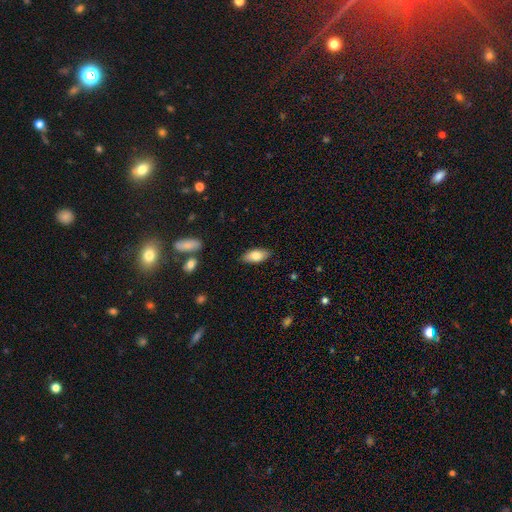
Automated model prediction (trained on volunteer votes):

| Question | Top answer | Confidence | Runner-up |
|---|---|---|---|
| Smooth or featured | smooth | 81% | featured or disk (12%) |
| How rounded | in between | 88% | cigar-shaped (9%) |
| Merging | none | 85% | minor disturbance (11%) |